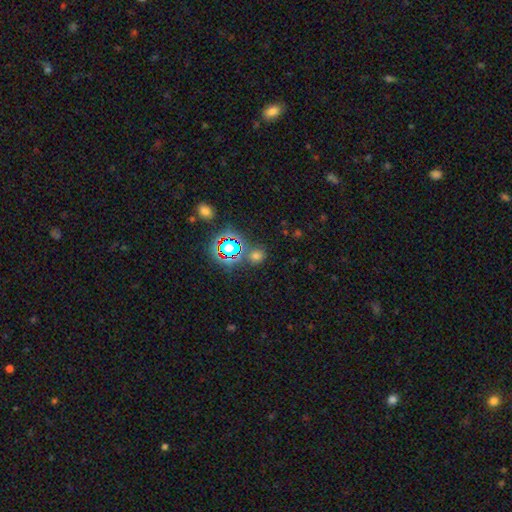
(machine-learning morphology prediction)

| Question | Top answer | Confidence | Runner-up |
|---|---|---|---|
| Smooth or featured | smooth | 56% | star or artifact (37%) |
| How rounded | round | 74% | in between (25%) |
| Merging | none | 77% | minor disturbance (10%) |